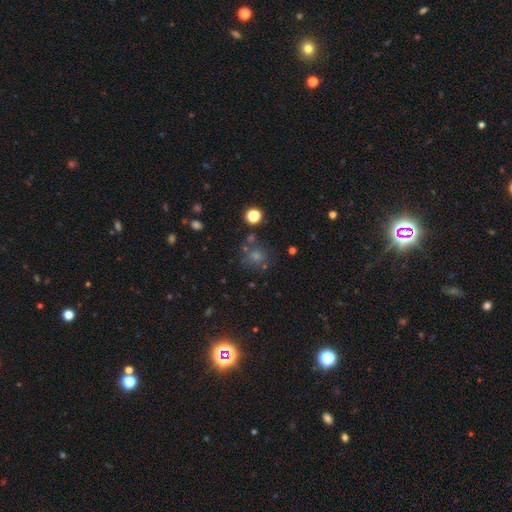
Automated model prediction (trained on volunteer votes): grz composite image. It shows a smooth galaxy with no disk features (44%). Merging: none (74%).